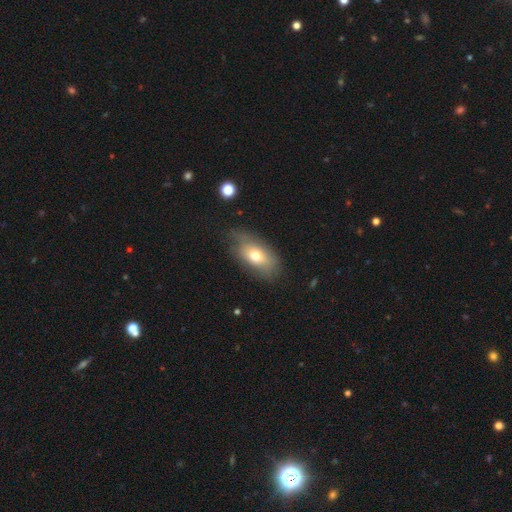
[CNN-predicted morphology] Smooth or featured? Predicted: smooth (p=0.69). How rounded? Predicted: in between (p=0.89). Merging? Predicted: none (p=0.65).